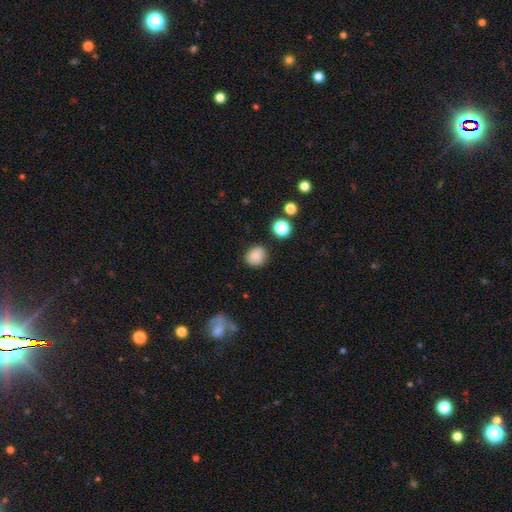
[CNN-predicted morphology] Smooth or featured? Predicted: smooth (p=0.82). How rounded? Predicted: round (p=0.77). Merging? Predicted: none (p=0.85).